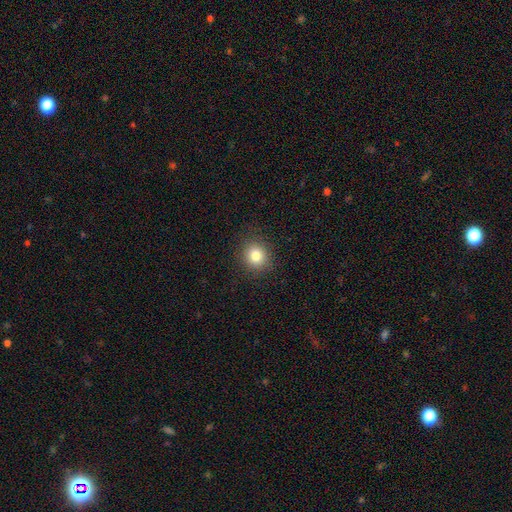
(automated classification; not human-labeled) This is clearly a smooth galaxy (82%). How rounded: clearly round (85%). Merging: clearly none (90%).